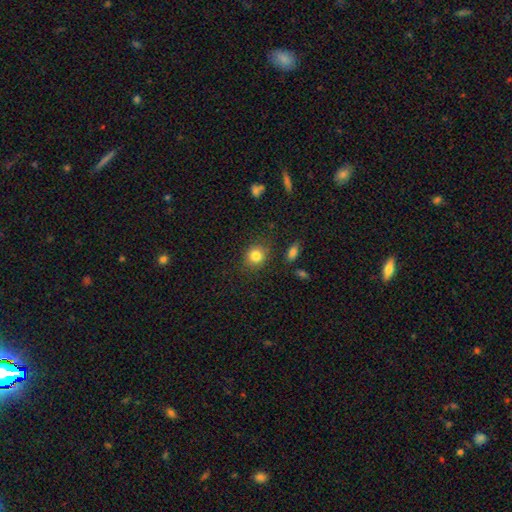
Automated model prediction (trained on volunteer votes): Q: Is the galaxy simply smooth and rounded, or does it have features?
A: smooth — 84%.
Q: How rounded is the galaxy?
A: round — 78%.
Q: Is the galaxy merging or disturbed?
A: none — 83%.